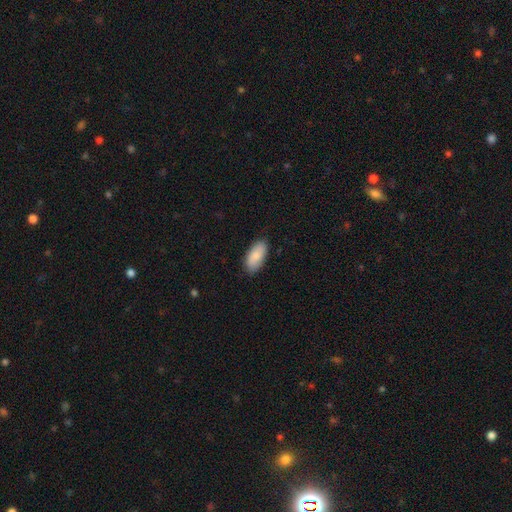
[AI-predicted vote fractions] smooth-or-featured: smooth: 85% | featured or disk: 9% | star or artifact: 6%
  how-rounded: in between: 91% | cigar-shaped: 7% | round: 2%
  merging: none: 85% | minor disturbance: 12% | major disturbance: 2% | merger: 1%